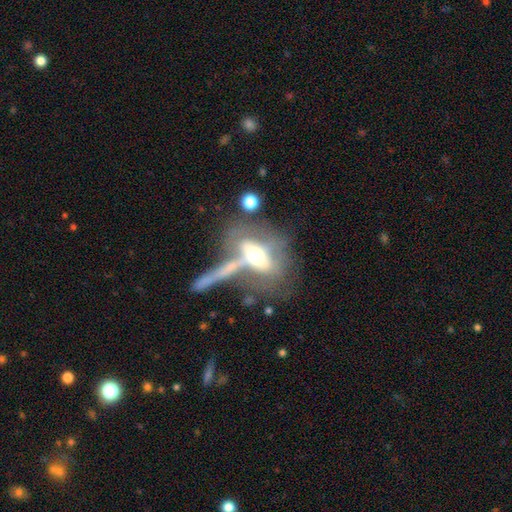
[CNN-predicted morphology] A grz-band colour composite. It shows a featured or disk galaxy (48%). Merging: merger (32%, tied with none).